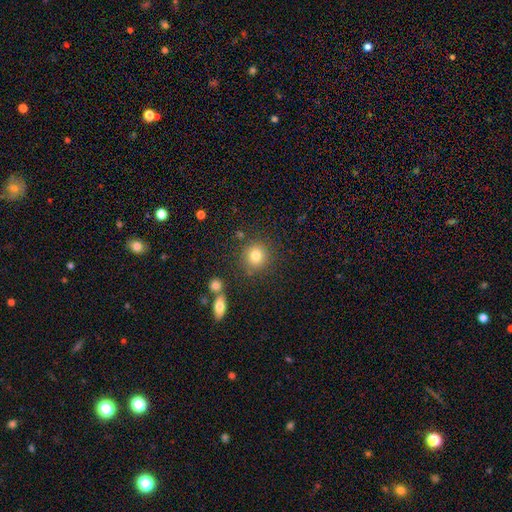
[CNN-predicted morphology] The model was most divided on "smooth or featured": smooth: 81%, star or artifact: 12%, featured or disk: 8%. More confident: how rounded — round (87%); merging — none (81%).